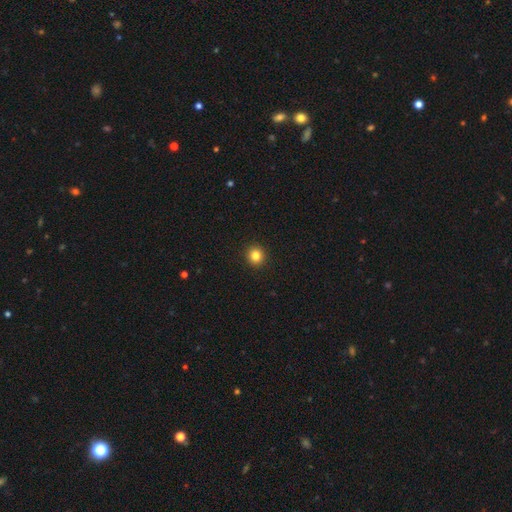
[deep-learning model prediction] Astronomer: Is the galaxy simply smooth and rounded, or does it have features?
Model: smooth — 82%.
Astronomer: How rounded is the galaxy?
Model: round — 93%.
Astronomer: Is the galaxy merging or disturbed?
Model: none — 93%.